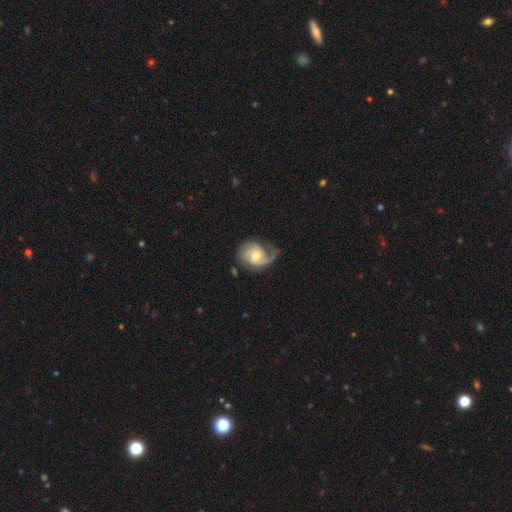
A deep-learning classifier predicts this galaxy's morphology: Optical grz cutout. It shows a featured or disk galaxy (84%) with no bar (61%), 2 (58%) medium (46%) spiral arms (96%) and a moderate central bulge (62%). Merging: none (54%).